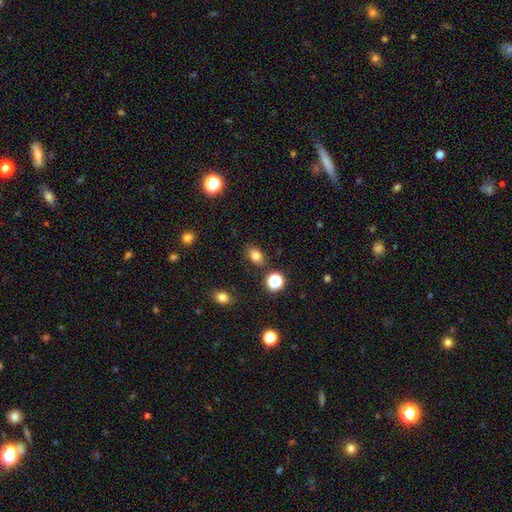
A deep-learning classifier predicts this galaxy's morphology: The model was most divided on "how rounded": in between: 72%, round: 27%, cigar-shaped: 1%. More confident: merging — none (82%); smooth or featured — smooth (80%).